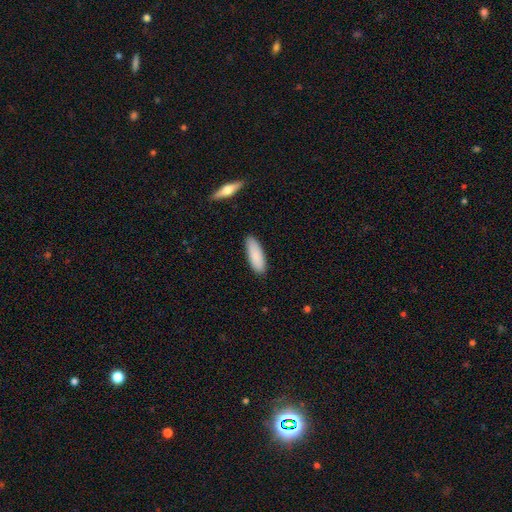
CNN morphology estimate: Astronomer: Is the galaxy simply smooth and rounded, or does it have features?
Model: smooth — 87%.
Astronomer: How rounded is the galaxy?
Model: in between — 64%.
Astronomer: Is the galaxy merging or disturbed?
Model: none — 87%.